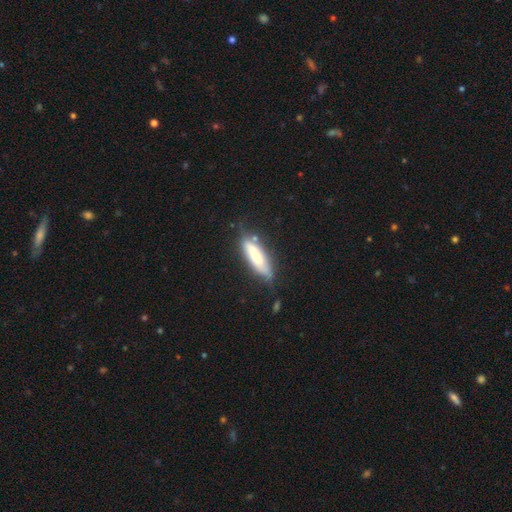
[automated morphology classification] Overall: smooth (64%; featured or disk 30%). How rounded: cigar-shaped (61%; in between 37%). Merging: none (61%; minor disturbance 27%).